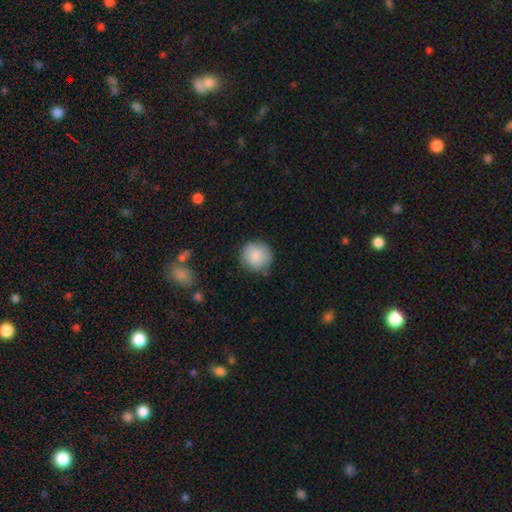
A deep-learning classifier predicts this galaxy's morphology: A smooth galaxy with no disk features (87%) that is round (91%).

Vote fractions:
- Smooth or featured? smooth: 87% / star or artifact: 7% / featured or disk: 7%
- How rounded? round: 91% / in between: 8% / cigar-shaped: 1%
- Merging? none: 79% / minor disturbance: 16% / major disturbance: 3% / merger: 2%